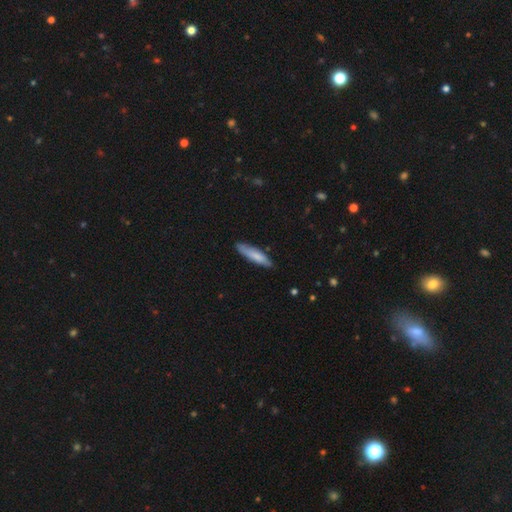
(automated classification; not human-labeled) Smooth or featured: smooth — 75% (featured or disk — 20%)
How rounded: cigar-shaped — 76% (in between — 23%)
Merging: none — 79% (minor disturbance — 17%)